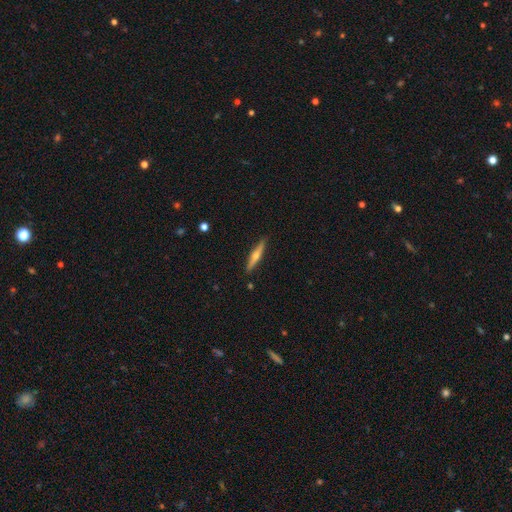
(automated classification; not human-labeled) smooth-or-featured: featured or disk: 60% | smooth: 34% | star or artifact: 6%
  disk-edge-on: yes: 96% | no: 4%
    edge-on-bulge: rounded: 89% | none: 8% | boxy: 3%
  merging: none: 90% | minor disturbance: 7% | major disturbance: 1% | merger: 1%